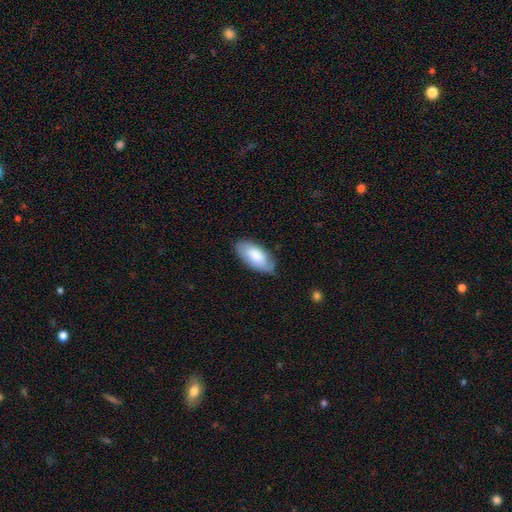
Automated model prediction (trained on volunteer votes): Smooth or featured: smooth — 76% (featured or disk — 18%)
How rounded: in between — 92% (cigar-shaped — 6%)
Merging: none — 74% (minor disturbance — 21%)